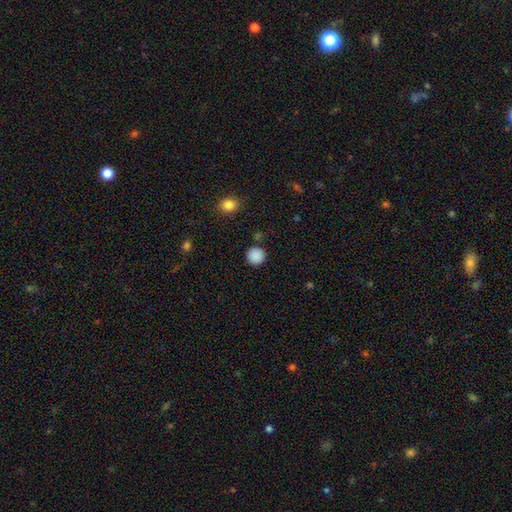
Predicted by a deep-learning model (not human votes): Smooth or featured: smooth — 88% (star or artifact — 9%)
How rounded: round — 94% (in between — 5%)
Merging: none — 89% (minor disturbance — 6%)